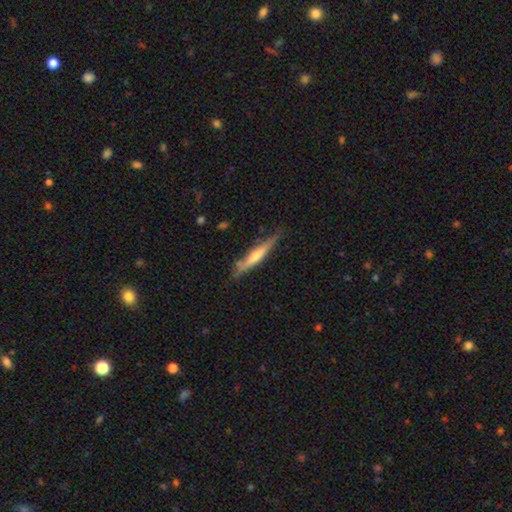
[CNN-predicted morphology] Smooth or featured? Predicted: featured or disk (p=0.60). Edge-on disk? Predicted: yes (p=0.95). Edge-on bulge? Predicted: rounded (p=0.70). Merging? Predicted: none (p=0.80).